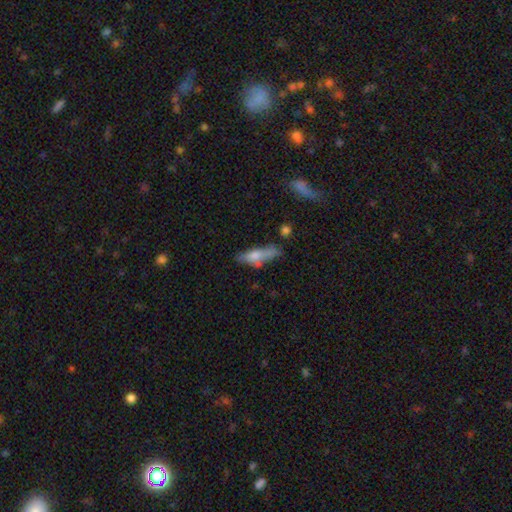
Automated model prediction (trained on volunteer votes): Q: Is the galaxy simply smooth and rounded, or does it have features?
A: smooth — 60%.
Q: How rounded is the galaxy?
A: cigar-shaped — 60%.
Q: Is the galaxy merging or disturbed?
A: none — 47%.